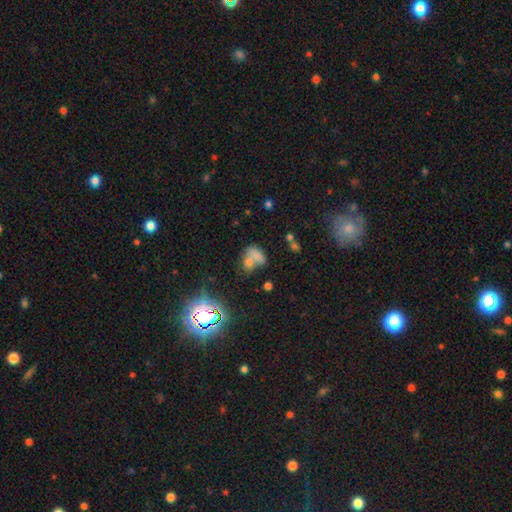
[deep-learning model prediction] Smooth or featured? Predicted: smooth (p=0.66). How rounded? Predicted: in between (p=0.77). Merging? Predicted: merger (p=0.61).